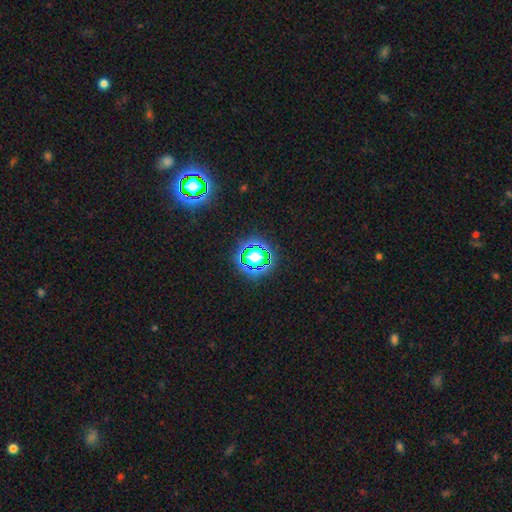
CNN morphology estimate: smooth-or-featured: star or artifact: 54% | smooth: 34% | featured or disk: 12%